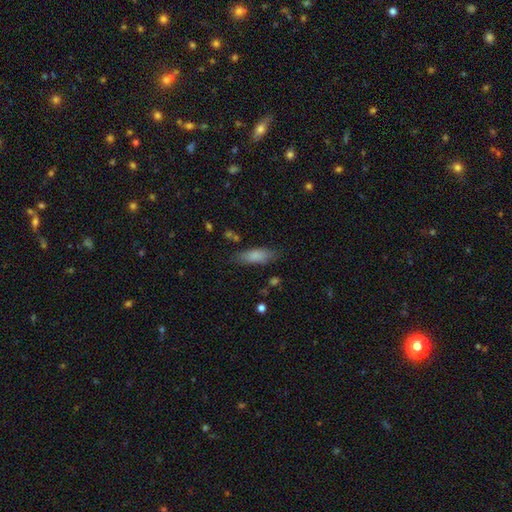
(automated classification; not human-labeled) This is clearly a smooth galaxy (81%). How rounded: likely in between (63%). Merging: likely none (77%).